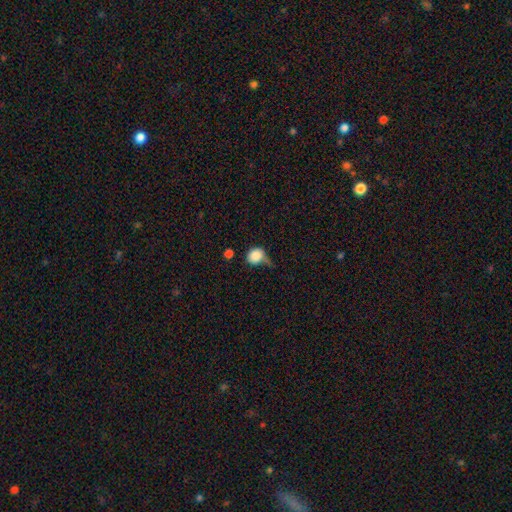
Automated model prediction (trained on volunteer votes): Smooth or featured?
  - smooth: 84% *
  - star or artifact: 9%
  - featured or disk: 7%
How rounded?
  - round: 72% *
  - in between: 27%
  - cigar-shaped: 1%
Merging?
  - none: 37% *
  - minor disturbance: 35%
  - major disturbance: 19%
  - merger: 9%